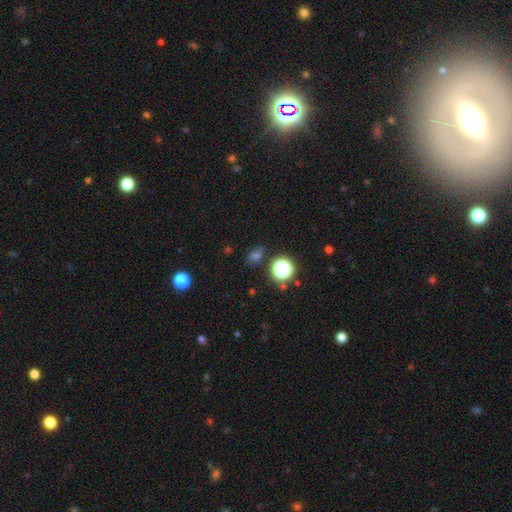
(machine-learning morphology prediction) Q: Smooth or featured?
A: smooth (51%); runner-up: star or artifact (41%)
Q: How rounded?
A: round (57%); runner-up: in between (40%)
Q: Merging?
A: none (78%); runner-up: minor disturbance (12%)